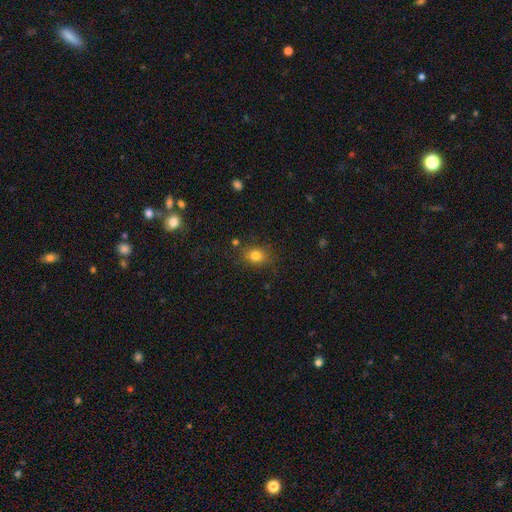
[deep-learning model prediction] smooth_or_featured: smooth (p=0.80) [alt: star or artifact p=0.12]
how_rounded: round (p=0.55) [alt: in between p=0.44]
merging: none (p=0.79) [alt: minor disturbance p=0.14]